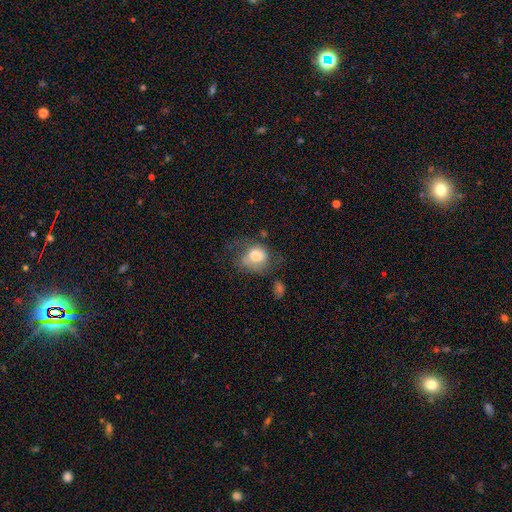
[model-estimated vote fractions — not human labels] smooth_or_featured: smooth (p=0.72) [alt: featured or disk p=0.19]
how_rounded: round (p=0.55) [alt: in between p=0.44]
merging: none (p=0.37) [alt: minor disturbance p=0.29]